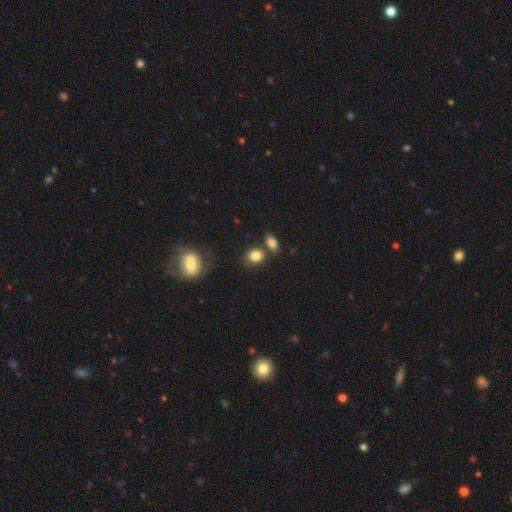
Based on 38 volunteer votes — smooth_or_featured: smooth (p=0.87) [alt: star or artifact p=0.08]
how_rounded: round (p=0.61) [alt: in between p=0.39]
merging: none (p=0.63) [alt: merger p=0.29]